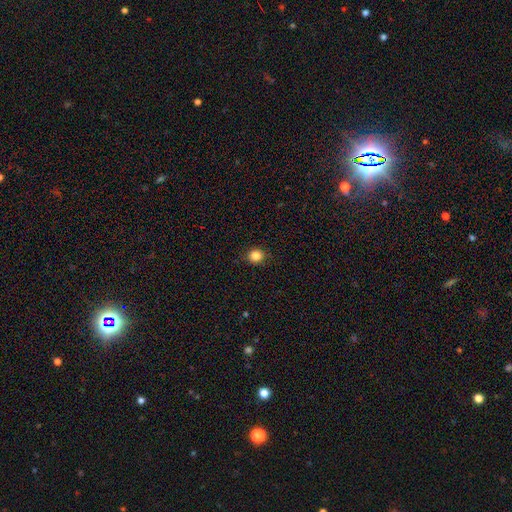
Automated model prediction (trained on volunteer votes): smooth 84%, star or artifact 11%, featured or disk 4%. Down the decision tree: how rounded — round (82%); merging — none (89%).